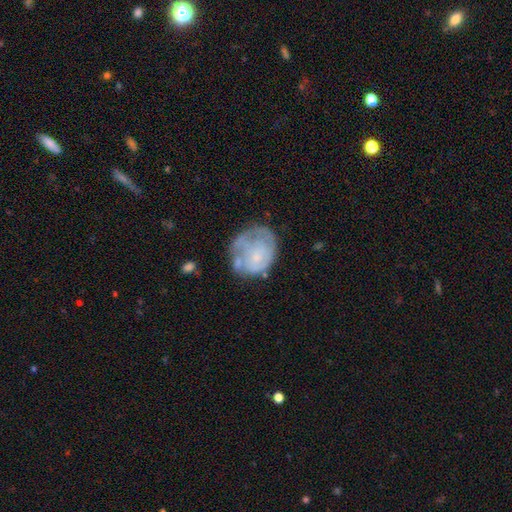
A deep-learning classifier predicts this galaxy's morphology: The model was most divided on "spiral arms": no: 57%, yes: 43%. Remaining: edge-on disk — no (98%); bar — no (81%); smooth or featured — featured or disk (53%); bulge size — small (45%); merging — none (45%).